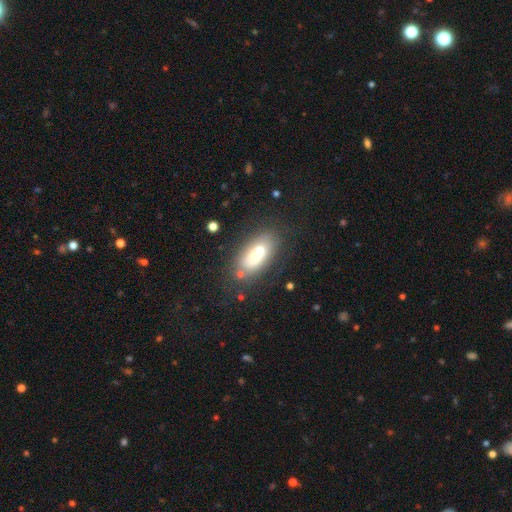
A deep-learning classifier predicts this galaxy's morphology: This is possibly a smooth galaxy (58%). How rounded: clearly in between (83%). Merging: marginally none (44%).